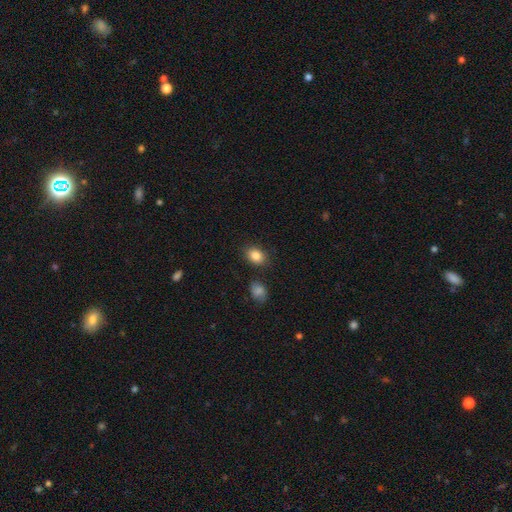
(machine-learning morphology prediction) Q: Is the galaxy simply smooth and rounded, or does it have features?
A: smooth — 85%.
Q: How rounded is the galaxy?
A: in between — 65%.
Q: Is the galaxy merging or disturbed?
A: none — 82%.